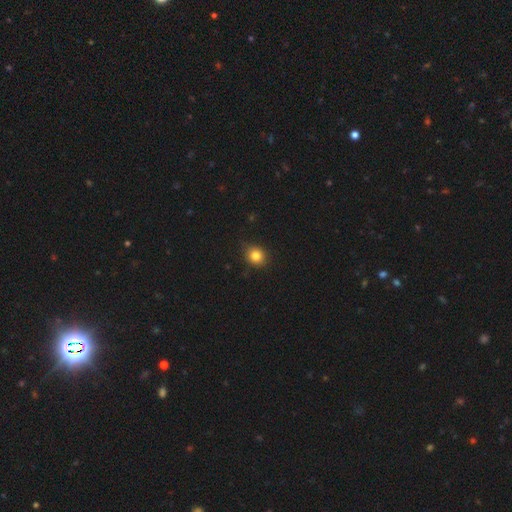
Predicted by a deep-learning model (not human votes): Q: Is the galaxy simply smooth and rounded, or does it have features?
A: smooth — 83%.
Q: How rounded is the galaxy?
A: round — 71%.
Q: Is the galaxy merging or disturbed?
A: none — 82%.